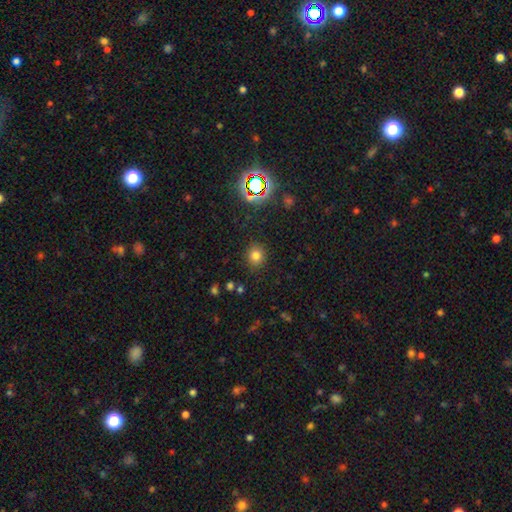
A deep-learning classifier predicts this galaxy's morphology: type=smooth (76%); roundness=round (85%); merging=none (87%).